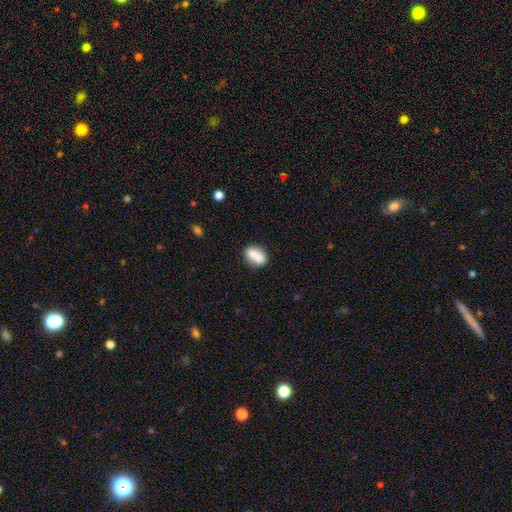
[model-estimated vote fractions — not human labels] Smooth or featured? smooth (80%)
How rounded? in between (78%)
Merging? none (57%)